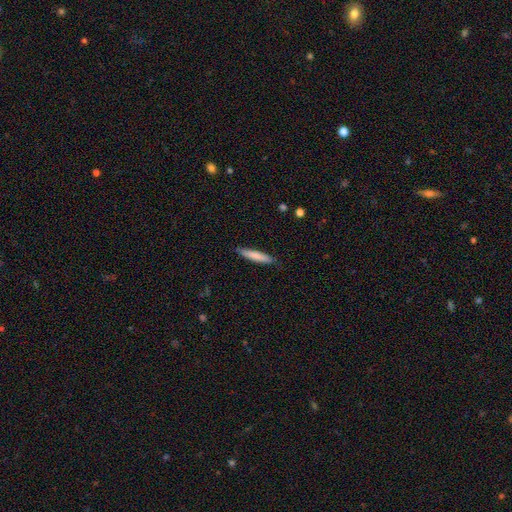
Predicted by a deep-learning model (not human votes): smooth-or-featured: smooth: 78% | featured or disk: 16% | star or artifact: 5%
  how-rounded: cigar-shaped: 90% | in between: 9% | round: 1%
  merging: none: 87% | minor disturbance: 10% | major disturbance: 2% | merger: 1%